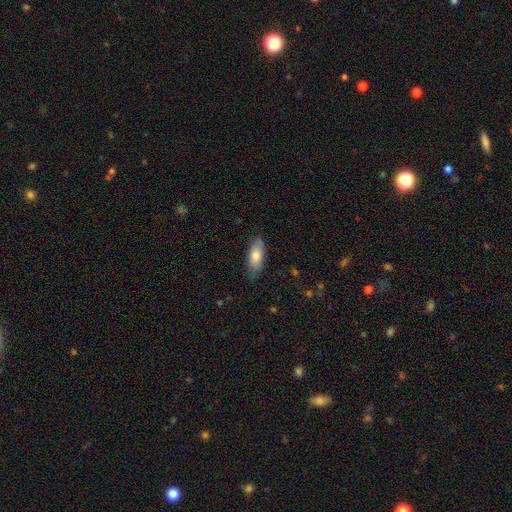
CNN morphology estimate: This appears to be a smooth galaxy with no disk features (76%) that is in between round and cigar-shaped (77%). Merging: none (76%).